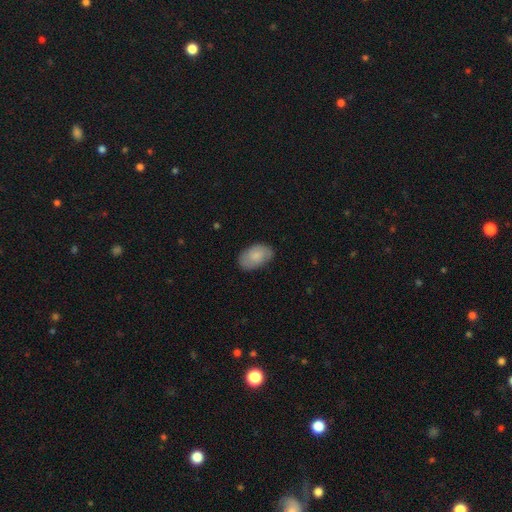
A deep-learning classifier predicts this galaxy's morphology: A smooth galaxy with no disk features (78%) that is in between round and cigar-shaped (92%). Merging: none (78%).